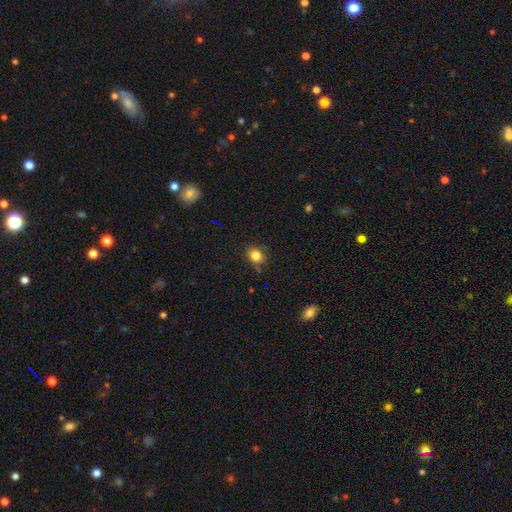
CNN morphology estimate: Smooth or featured?
  - smooth: 81% *
  - star or artifact: 13%
  - featured or disk: 6%
How rounded?
  - round: 71% *
  - in between: 28%
  - cigar-shaped: 1%
Merging?
  - none: 82% *
  - minor disturbance: 13%
  - major disturbance: 3%
  - merger: 2%